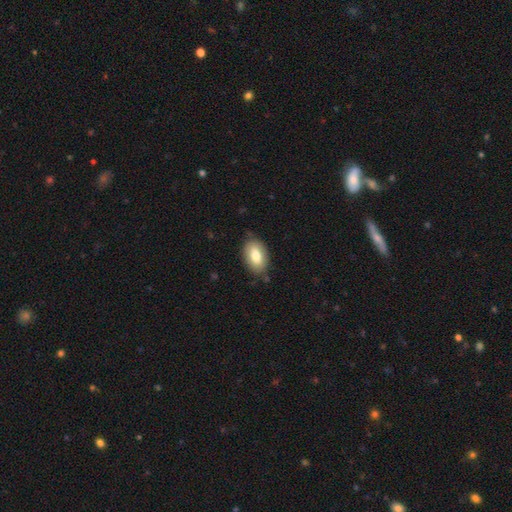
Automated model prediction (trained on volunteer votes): Morphology: type=smooth (79%); roundness=in between (92%); merging=none (81%).